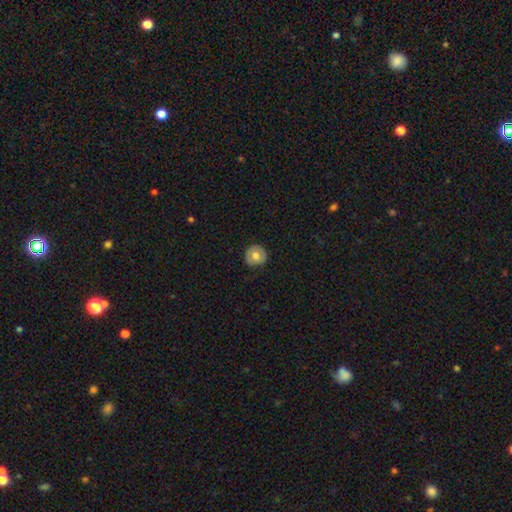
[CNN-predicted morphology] Smooth or featured?
  - smooth: 67% *
  - featured or disk: 25%
  - star or artifact: 7%
How rounded?
  - round: 92% *
  - in between: 7%
  - cigar-shaped: 1%
Merging?
  - none: 86% *
  - minor disturbance: 11%
  - major disturbance: 2%
  - merger: 1%